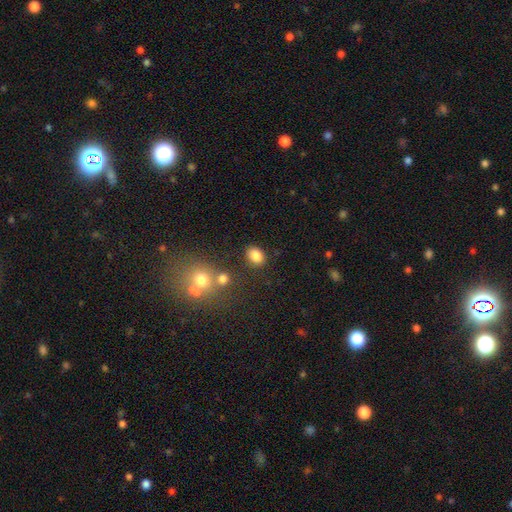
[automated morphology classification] Smooth or featured? smooth (84%)
How rounded? in between (67%)
Merging? none (81%)